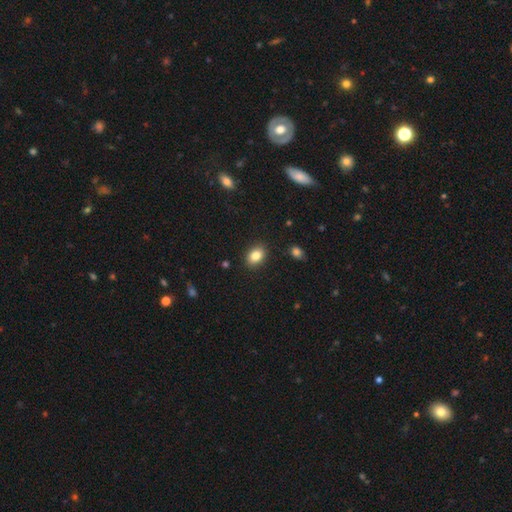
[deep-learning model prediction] Q: Smooth or featured?
A: smooth (84%); runner-up: star or artifact (9%)
Q: How rounded?
A: in between (74%); runner-up: round (25%)
Q: Merging?
A: none (88%); runner-up: minor disturbance (8%)